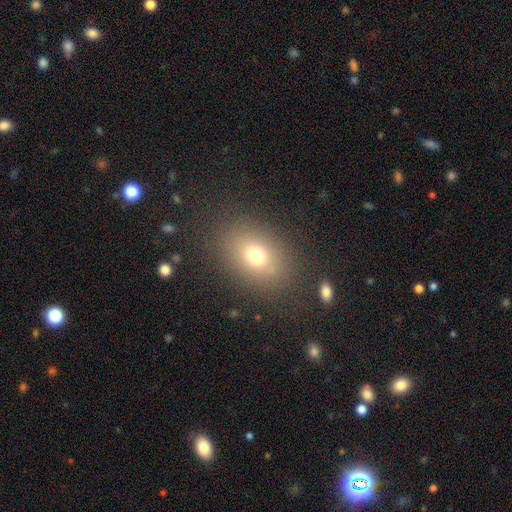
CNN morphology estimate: type=smooth (72%); roundness=in between (71%); merging=none (82%).